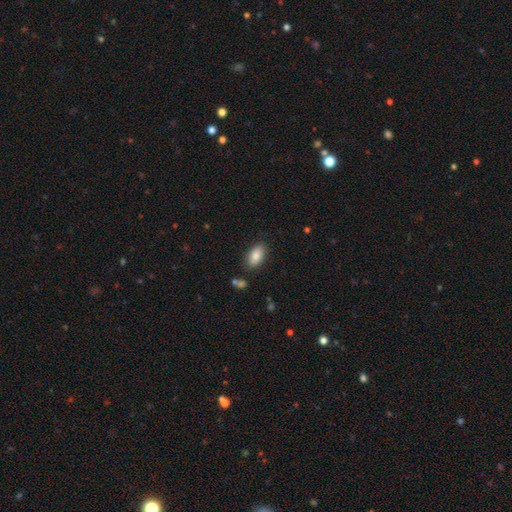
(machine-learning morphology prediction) A smooth galaxy with no disk features (85%) that is in between round and cigar-shaped (92%).

Vote fractions:
- Smooth or featured? smooth: 85% / featured or disk: 8% / star or artifact: 7%
- How rounded? in between: 92% / cigar-shaped: 4% / round: 4%
- Merging? none: 84% / minor disturbance: 11% / major disturbance: 3% / merger: 3%